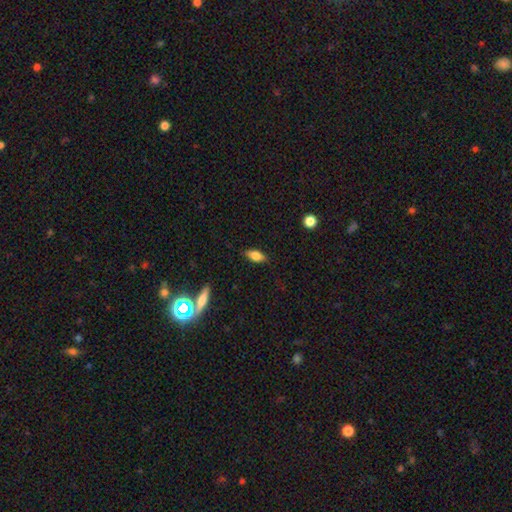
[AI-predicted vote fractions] Smooth or featured? smooth (74%)
How rounded? in between (81%)
Merging? none (82%)